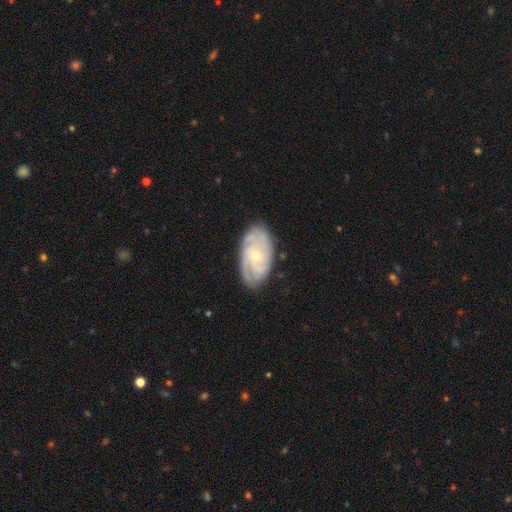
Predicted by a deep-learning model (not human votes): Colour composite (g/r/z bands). It shows a featured or disk galaxy (83%) with no bar (74%), can't tell (27%, tied with 3) tight (66%) spiral arms (95%) and a small central bulge (64%). Merging: none (80%).